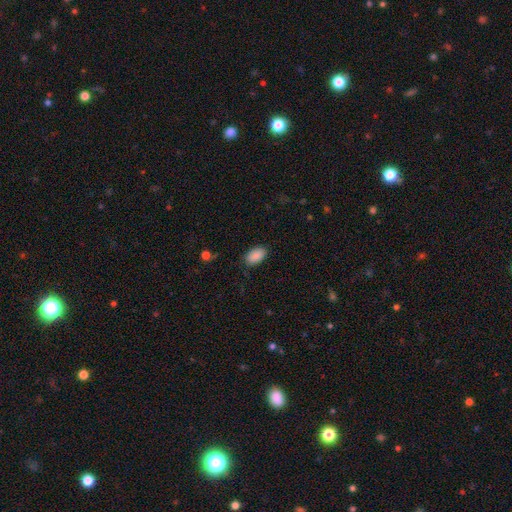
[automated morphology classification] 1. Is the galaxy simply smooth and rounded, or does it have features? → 89% smooth, 7% star or artifact, 3% featured or disk.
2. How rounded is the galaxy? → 93% in between, 6% round, 2% cigar-shaped.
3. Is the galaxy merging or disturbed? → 84% none, 11% minor disturbance, 3% major disturbance, 1% merger.